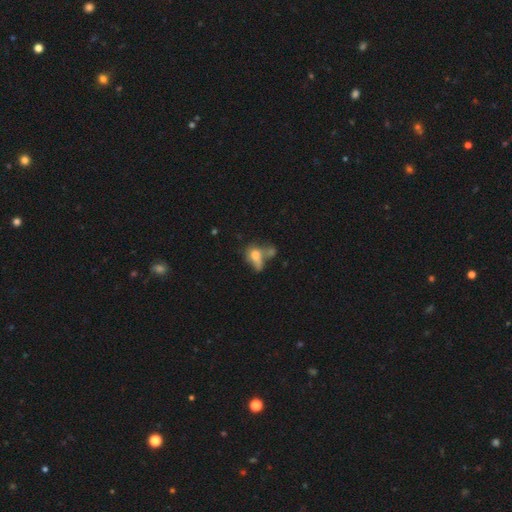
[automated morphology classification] A smooth galaxy with no disk features (63%) that is in between round and cigar-shaped (71%). Merging: merger (39%).